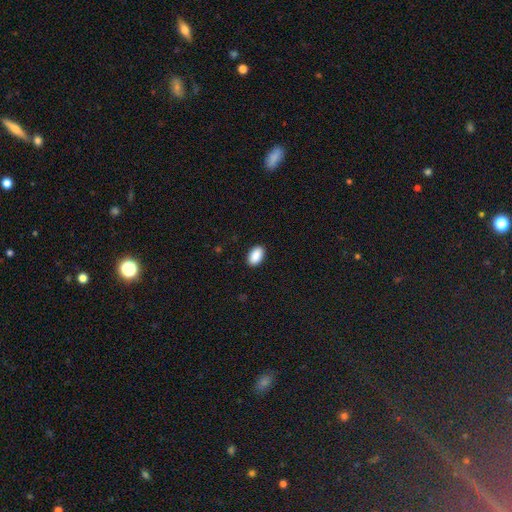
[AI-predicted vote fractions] This appears to be a smooth galaxy with no disk features (90%) that is in between round and cigar-shaped (93%). Merging: none (90%).